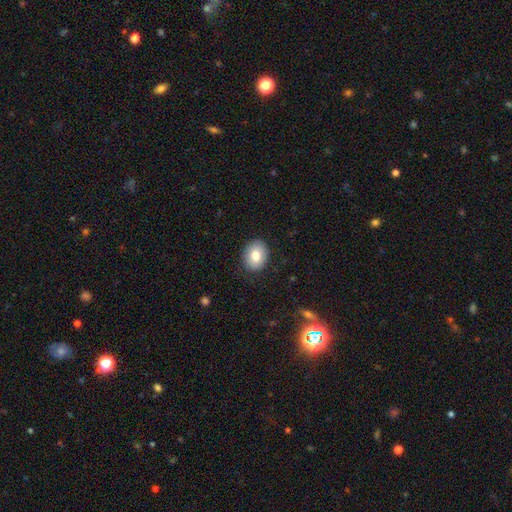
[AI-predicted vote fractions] smooth 79%, featured or disk 13%, star or artifact 8%. Down the decision tree: how rounded — in between (56%); merging — none (87%).